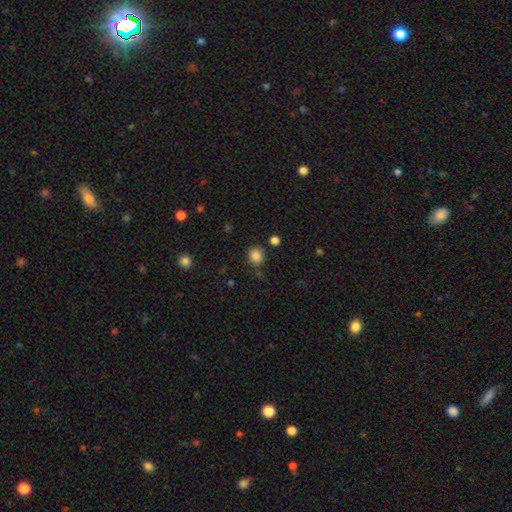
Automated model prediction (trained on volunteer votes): Smooth or featured: smooth — 86% (star or artifact — 11%)
How rounded: round — 85% (in between — 14%)
Merging: none — 81% (minor disturbance — 11%)